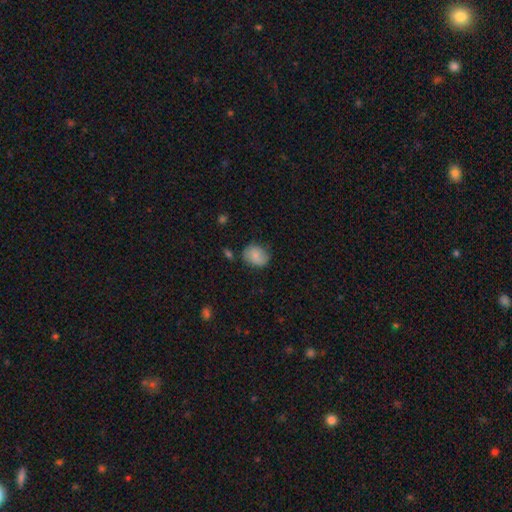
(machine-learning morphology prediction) Smooth or featured?
  - smooth: 78% *
  - featured or disk: 14%
  - star or artifact: 8%
How rounded?
  - round: 55% *
  - in between: 45%
  - cigar-shaped: 1%
Merging?
  - none: 66% *
  - minor disturbance: 25%
  - major disturbance: 6%
  - merger: 4%